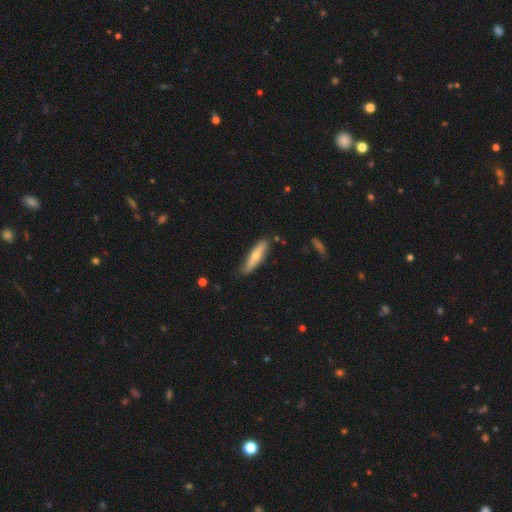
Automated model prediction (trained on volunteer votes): Morphology: type=smooth (55%); roundness=cigar-shaped (73%); merging=none (79%).